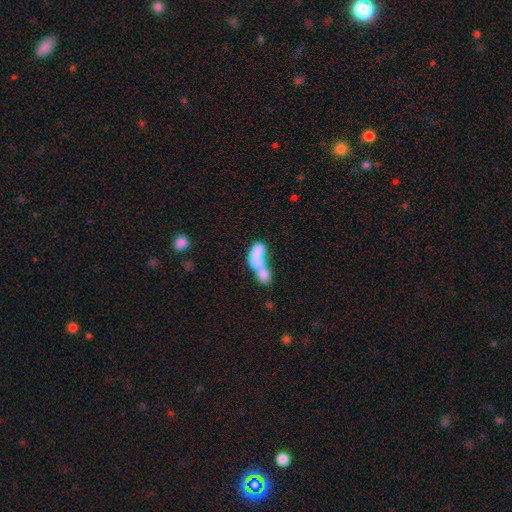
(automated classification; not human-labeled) Smooth or featured?
  - smooth: 66% *
  - featured or disk: 26%
  - star or artifact: 8%
How rounded?
  - in between: 70% *
  - cigar-shaped: 21%
  - round: 8%
Merging?
  - merger: 76% *
  - major disturbance: 10%
  - none: 9%
  - minor disturbance: 5%